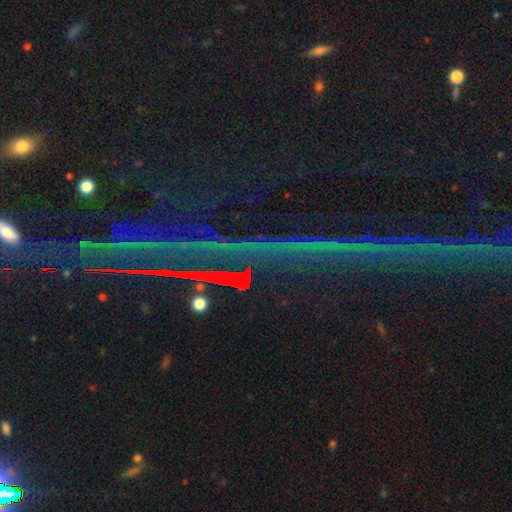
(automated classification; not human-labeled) star or artifact 88%, featured or disk 7%, smooth 5%.